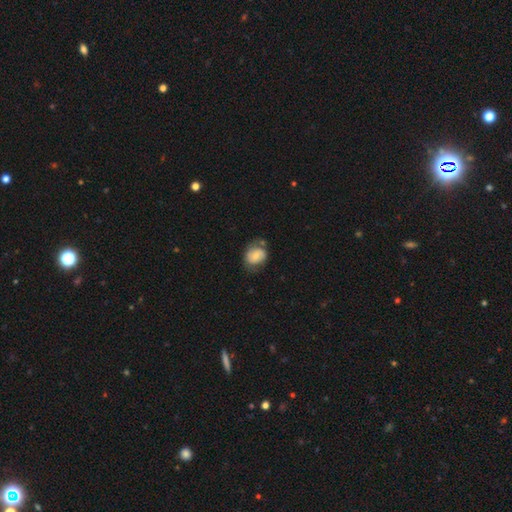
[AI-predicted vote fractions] Smooth or featured? Predicted: smooth (p=0.59). How rounded? Predicted: round (p=0.52). Merging? Predicted: none (p=0.56).